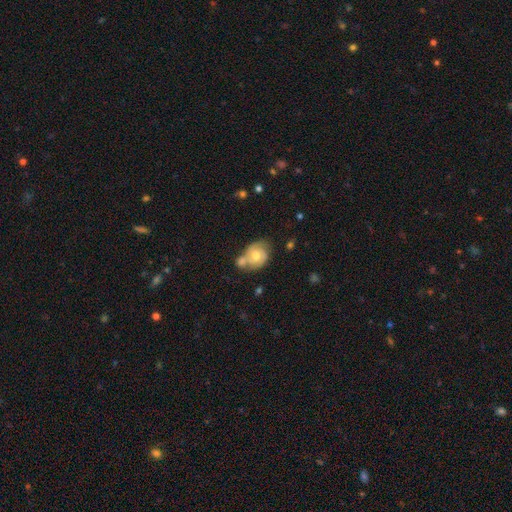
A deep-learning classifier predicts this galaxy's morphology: This appears to be a featured or disk galaxy (57%) with no bar (67%), spiral arms (79%) and a moderate central bulge (67%). Merging: none (38%).